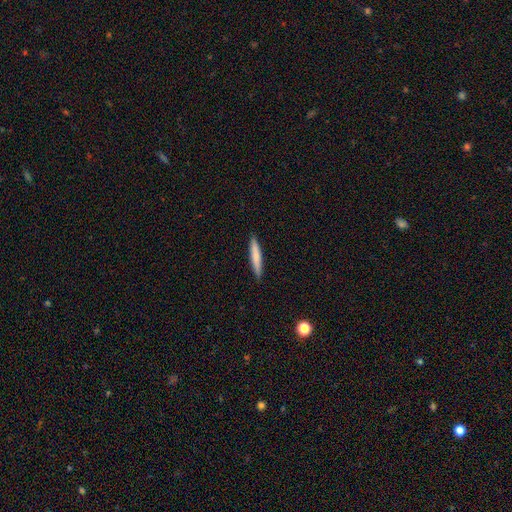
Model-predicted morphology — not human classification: type=smooth (75%); roundness=cigar-shaped (93%); merging=none (90%).